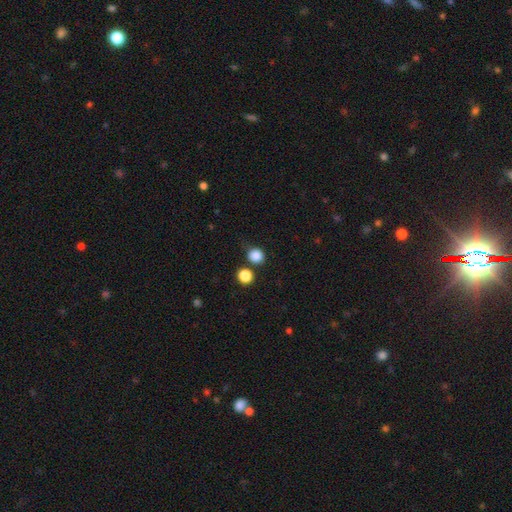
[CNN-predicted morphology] This appears to be a smooth galaxy with no disk features (86%) that is round (86%). Merging: none (75%).